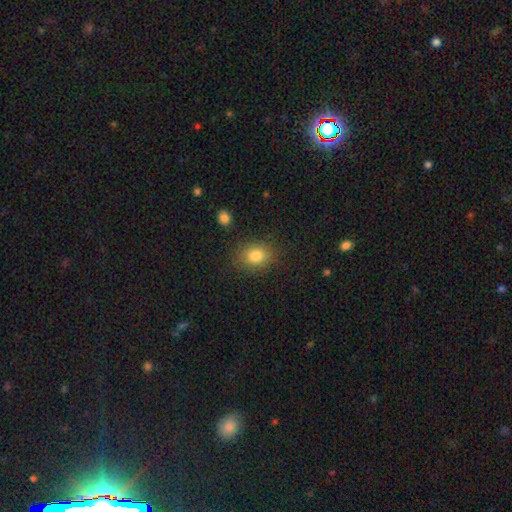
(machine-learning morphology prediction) smooth_or_featured: smooth (p=0.82) [alt: star or artifact p=0.10]
how_rounded: in between (p=0.61) [alt: round p=0.38]
merging: none (p=0.82) [alt: minor disturbance p=0.12]